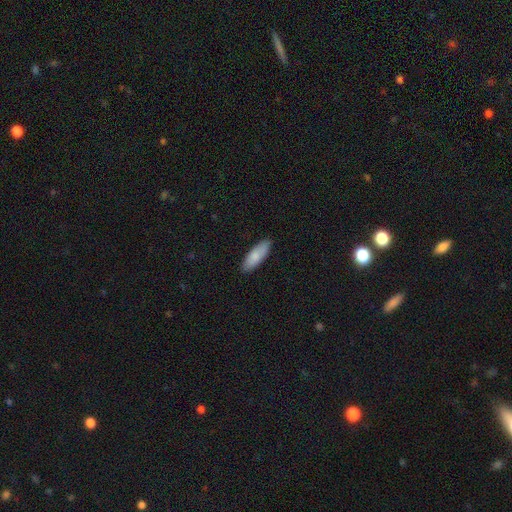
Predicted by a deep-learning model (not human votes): Morphology: type=smooth (84%); roundness=in between (63%); merging=none (88%).